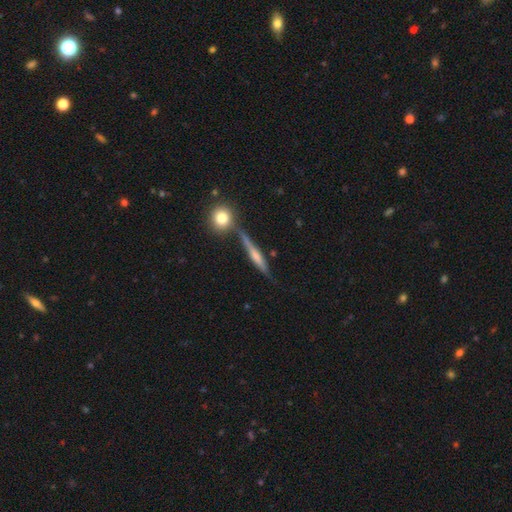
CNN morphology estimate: type=featured or disk (48%); merging=none (71%).